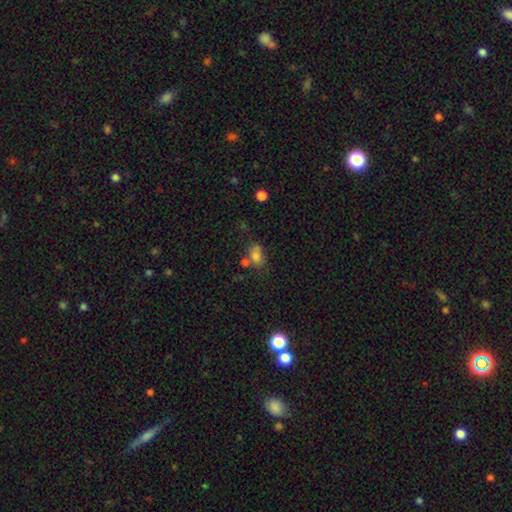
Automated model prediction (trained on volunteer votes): Smooth or featured? Predicted: smooth (p=0.75). How rounded? Predicted: in between (p=0.80). Merging? Predicted: none (p=0.43).